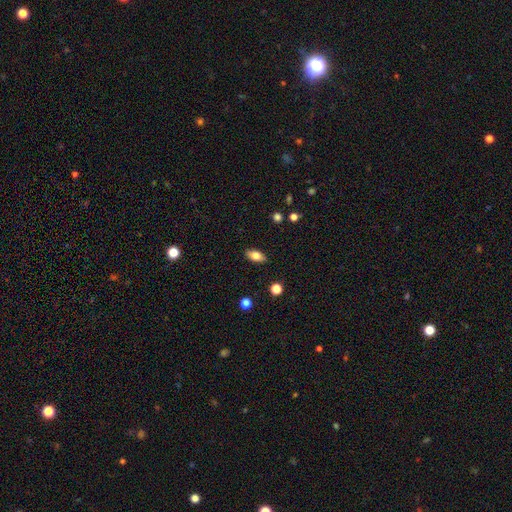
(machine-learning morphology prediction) Smooth or featured?
  - smooth: 76% *
  - featured or disk: 16%
  - star or artifact: 8%
How rounded?
  - in between: 87% *
  - cigar-shaped: 8%
  - round: 5%
Merging?
  - none: 89% *
  - minor disturbance: 8%
  - major disturbance: 2%
  - merger: 1%